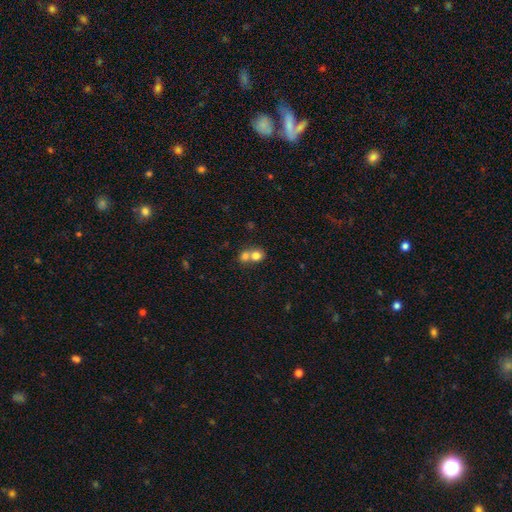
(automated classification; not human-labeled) Smooth or featured? Predicted: smooth (p=0.76). How rounded? Predicted: round (p=0.75). Merging? Predicted: merger (p=0.64).